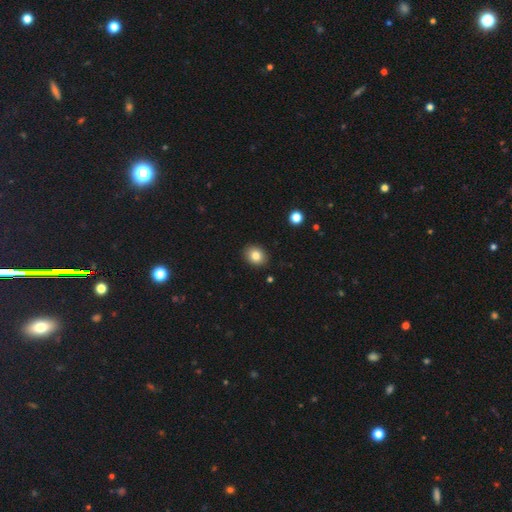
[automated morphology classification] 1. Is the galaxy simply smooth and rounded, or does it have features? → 83% smooth, 10% star or artifact, 8% featured or disk.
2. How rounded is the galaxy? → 50% in between, 49% round, 1% cigar-shaped.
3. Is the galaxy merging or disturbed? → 90% none, 7% minor disturbance, 2% major disturbance, 1% merger.